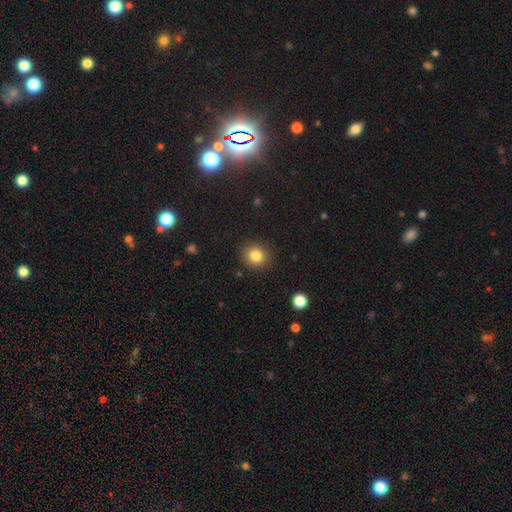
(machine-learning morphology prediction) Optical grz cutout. It shows a smooth galaxy with no disk features (83%) that is round (83%). Merging: none (88%).